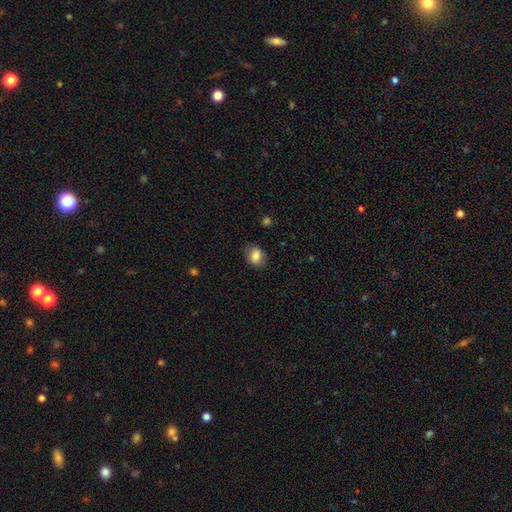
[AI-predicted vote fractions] The model was most divided on "how rounded": in between: 63%, round: 36%, cigar-shaped: 1%. More confident: smooth or featured — smooth (83%); merging — none (82%).